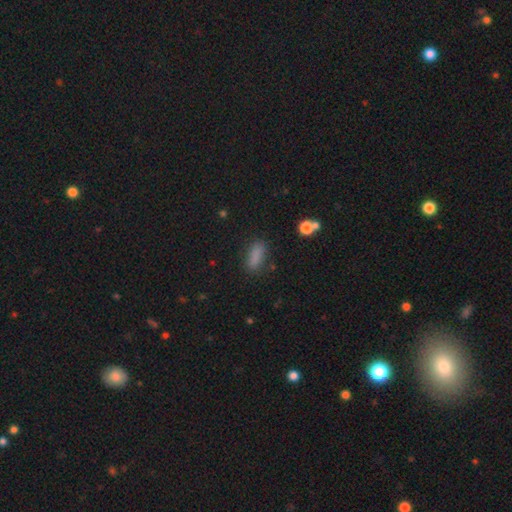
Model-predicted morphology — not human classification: A smooth galaxy with no disk features (84%) that is in between round and cigar-shaped (65%). Merging: none (79%).